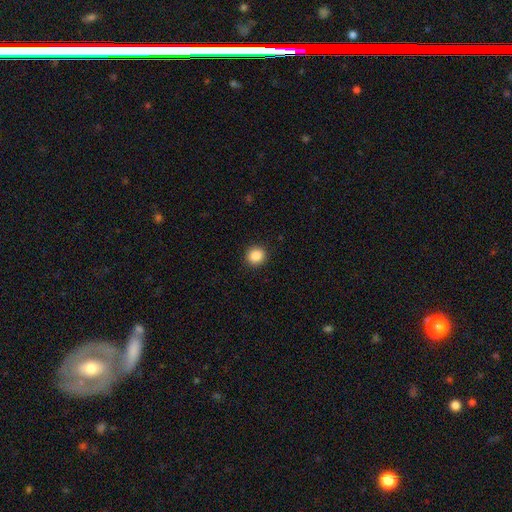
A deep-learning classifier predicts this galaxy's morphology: type=smooth (87%); roundness=round (88%); merging=none (92%).